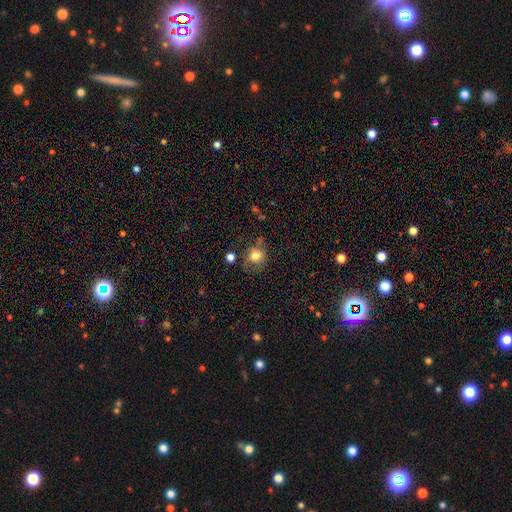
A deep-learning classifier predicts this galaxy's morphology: Q: Smooth or featured?
A: smooth (76%); runner-up: featured or disk (12%)
Q: How rounded?
A: round (73%); runner-up: in between (26%)
Q: Merging?
A: none (59%); runner-up: minor disturbance (24%)